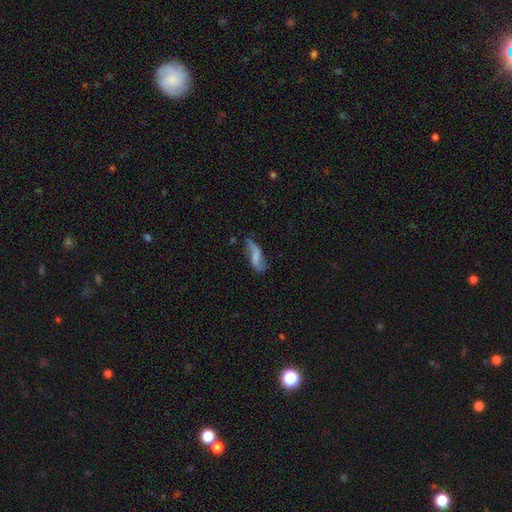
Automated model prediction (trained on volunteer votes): featured or disk 46%, smooth 45%, star or artifact 9%. Down the decision tree: merging — none (44%).